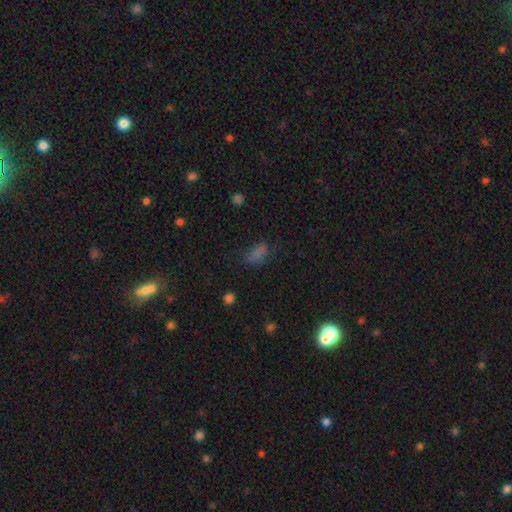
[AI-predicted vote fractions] Smooth or featured: smooth — 65% (star or artifact — 26%)
How rounded: in between — 82% (round — 11%)
Merging: none — 59% (minor disturbance — 23%)